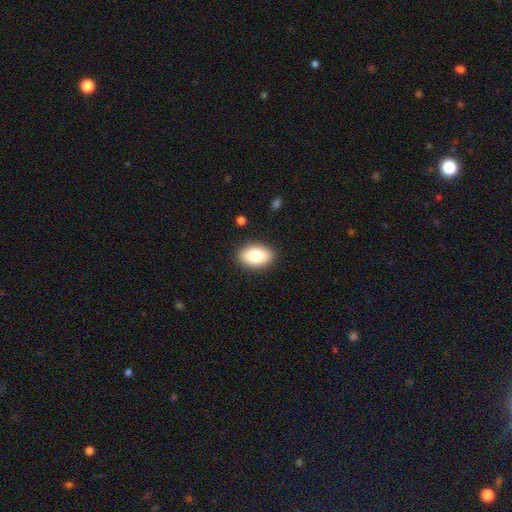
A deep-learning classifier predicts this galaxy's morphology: Overall: smooth (80%). How rounded: in between (88%). Merging: none (89%).